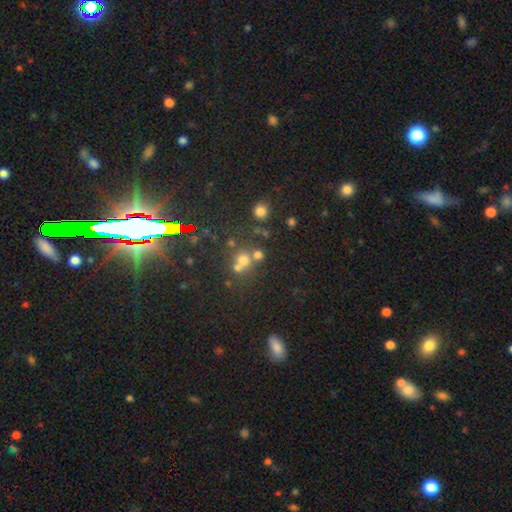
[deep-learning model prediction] Q: Smooth or featured?
A: star or artifact (45%); runner-up: smooth (42%)